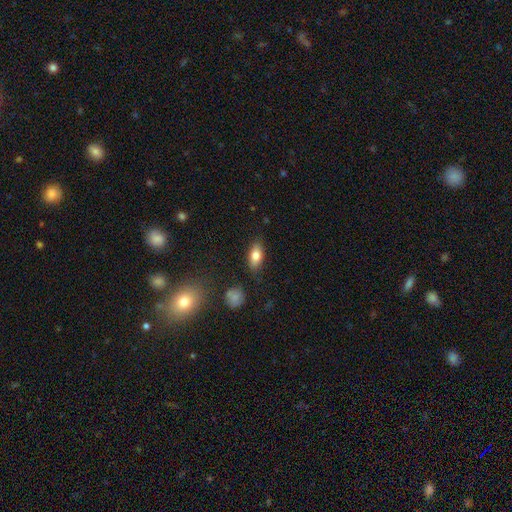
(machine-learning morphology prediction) Smooth or featured?
  - smooth: 77% *
  - featured or disk: 15%
  - star or artifact: 8%
How rounded?
  - in between: 85% *
  - cigar-shaped: 10%
  - round: 5%
Merging?
  - none: 83% *
  - minor disturbance: 12%
  - major disturbance: 3%
  - merger: 2%